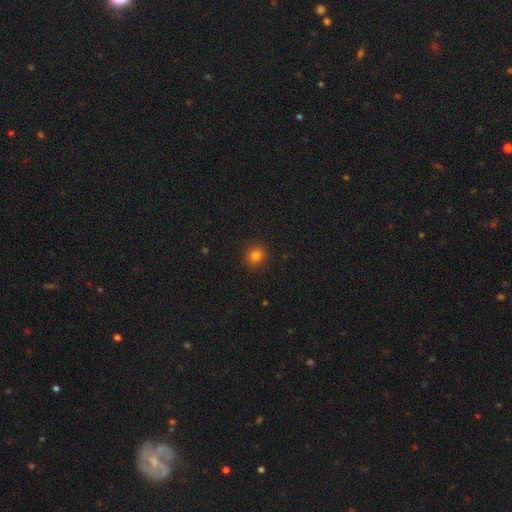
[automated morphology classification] This appears to be a smooth galaxy with no disk features (80%) that is round (87%). Merging: none (91%).